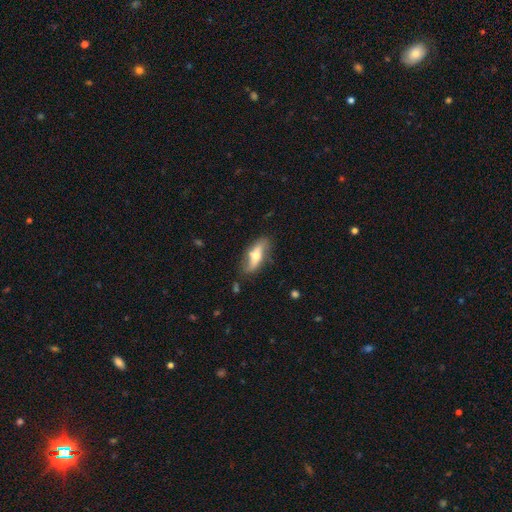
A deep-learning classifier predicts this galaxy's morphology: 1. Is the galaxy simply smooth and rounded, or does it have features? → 51% featured or disk, 43% smooth, 6% star or artifact.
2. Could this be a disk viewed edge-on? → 59% no, 41% yes.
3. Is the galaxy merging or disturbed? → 72% none, 20% minor disturbance, 5% major disturbance, 3% merger.